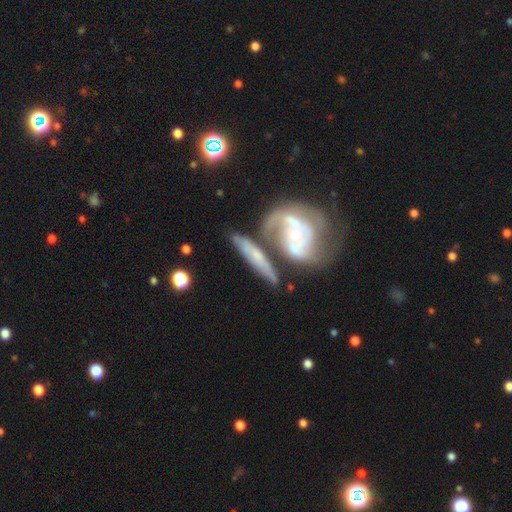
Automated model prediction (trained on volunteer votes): Q: Smooth or featured?
A: featured or disk (66%); runner-up: smooth (27%)
Q: Edge-on disk?
A: no (68%); runner-up: yes (32%)
Q: Merging?
A: none (40%); runner-up: merger (36%)